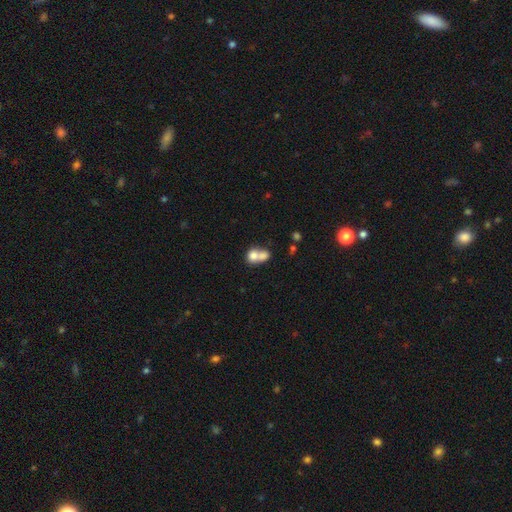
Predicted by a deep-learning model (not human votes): This is likely a smooth galaxy (73%). How rounded: possibly round (57%). Merging: likely merger (72%).